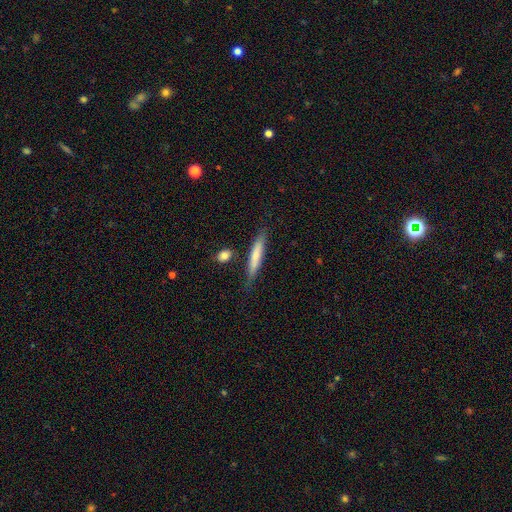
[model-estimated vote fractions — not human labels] Smooth or featured? Predicted: smooth (p=0.68). How rounded? Predicted: cigar-shaped (p=0.91). Merging? Predicted: none (p=0.77).